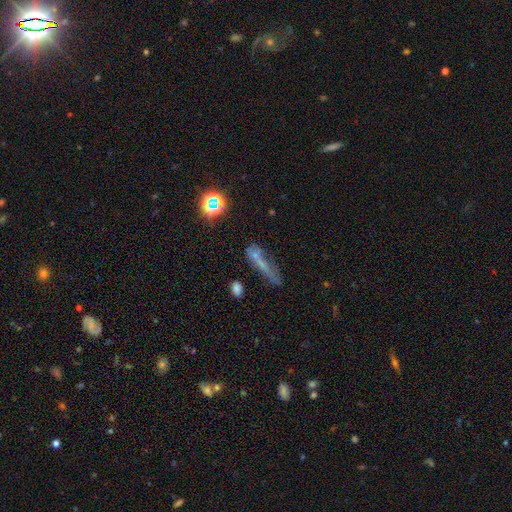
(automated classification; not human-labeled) A smooth galaxy with no disk features (42%). Merging: none (54%).